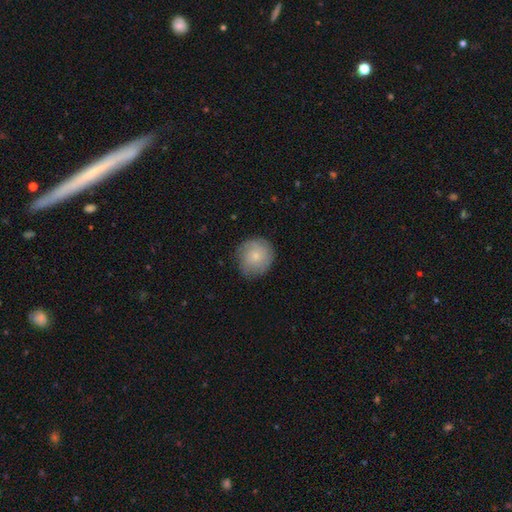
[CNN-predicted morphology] Smooth or featured? smooth (67%)
How rounded? round (88%)
Merging? none (76%)